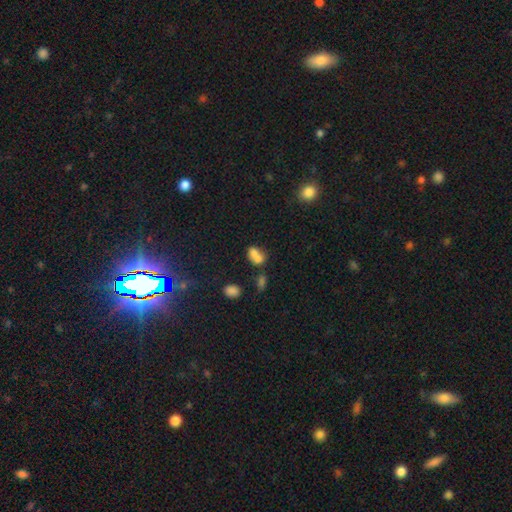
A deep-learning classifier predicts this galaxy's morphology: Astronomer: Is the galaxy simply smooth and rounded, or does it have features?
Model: smooth — 71%.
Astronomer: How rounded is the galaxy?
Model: in between — 63%.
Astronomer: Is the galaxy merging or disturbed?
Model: merger — 64%.